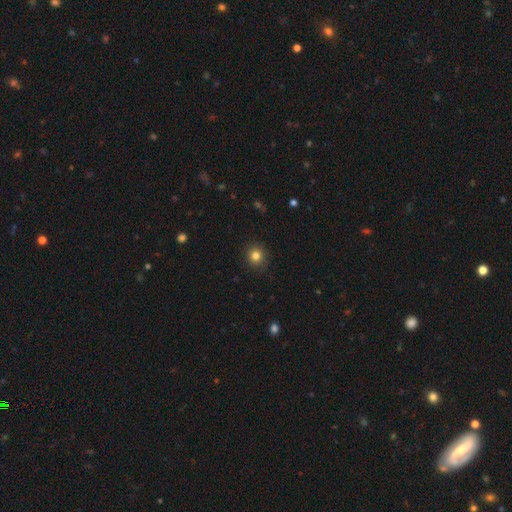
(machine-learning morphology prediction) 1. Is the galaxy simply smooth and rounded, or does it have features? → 82% smooth, 12% star or artifact, 6% featured or disk.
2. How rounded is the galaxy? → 87% round, 12% in between, 1% cigar-shaped.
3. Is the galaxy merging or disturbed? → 90% none, 7% minor disturbance, 2% major disturbance, 1% merger.